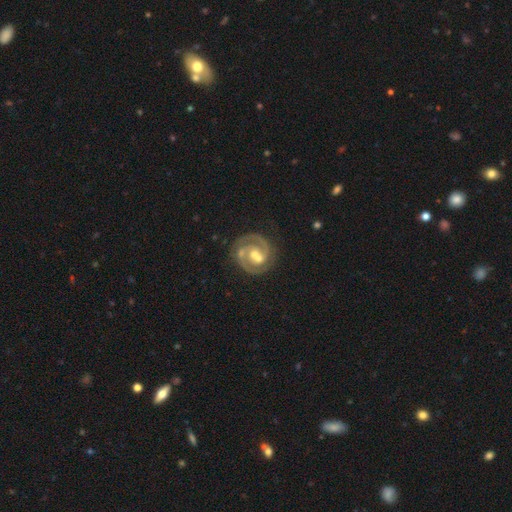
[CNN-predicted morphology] type=featured or disk (85%); edge-on=no (98%); bar=weak (43%); spiral arms=yes (94%); winding=tight (50%); arm count=2 (79%); bulge=moderate (54%); merging=none (57%).